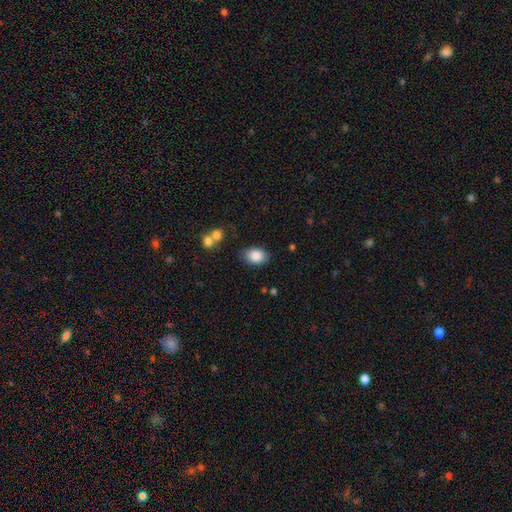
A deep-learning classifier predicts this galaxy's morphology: Smooth or featured? Predicted: smooth (p=0.86). How rounded? Predicted: in between (p=0.83). Merging? Predicted: none (p=0.81).